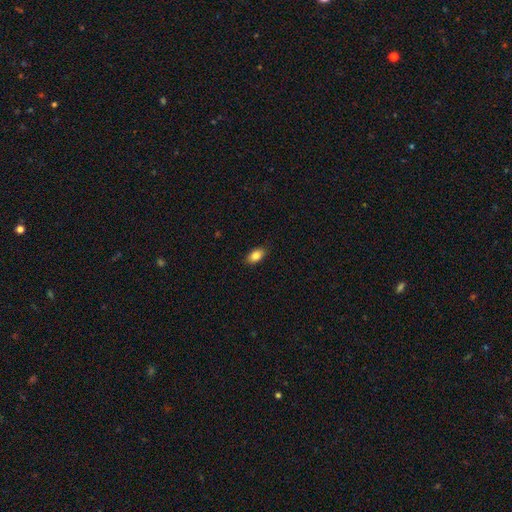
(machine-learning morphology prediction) This is clearly a smooth galaxy (85%). How rounded: clearly in between (90%). Merging: clearly none (87%).